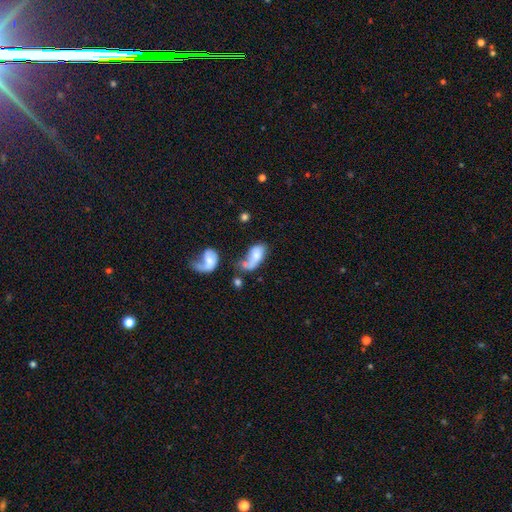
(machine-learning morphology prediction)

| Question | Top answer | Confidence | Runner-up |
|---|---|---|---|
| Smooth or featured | smooth | 58% | featured or disk (33%) |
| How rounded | in between | 88% | cigar-shaped (6%) |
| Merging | merger | 40% | major disturbance (27%) |